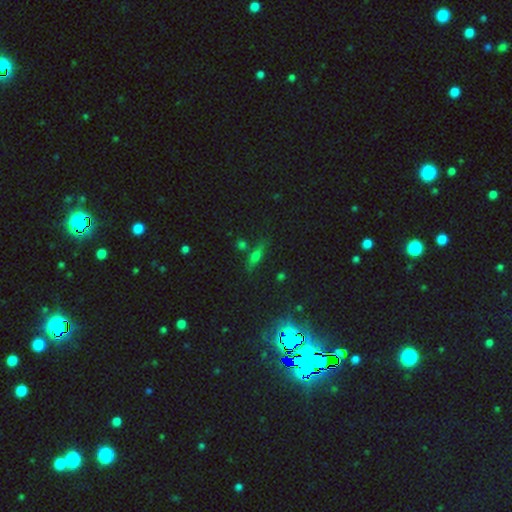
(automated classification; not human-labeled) Overall: smooth (46%; featured or disk 33%). Merging: none (75%).